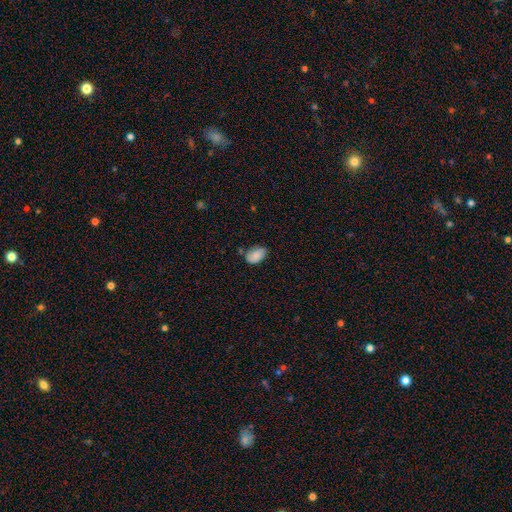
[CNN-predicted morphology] Smooth or featured: smooth — 84% (featured or disk — 8%)
How rounded: in between — 89% (round — 10%)
Merging: none — 61% (minor disturbance — 28%)